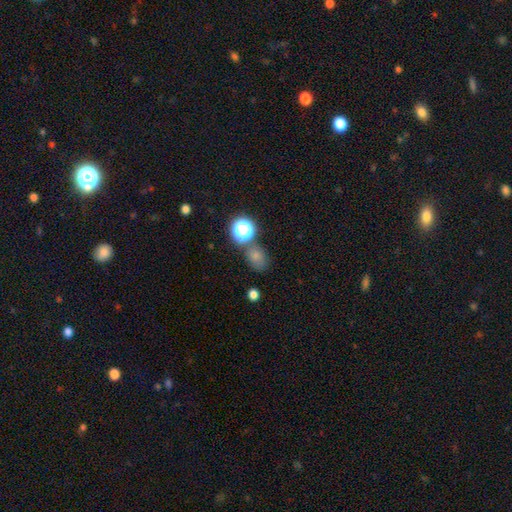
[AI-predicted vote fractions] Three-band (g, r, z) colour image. It shows a smooth galaxy with no disk features (72%) that is in between round and cigar-shaped (59%). Merging: none (61%).